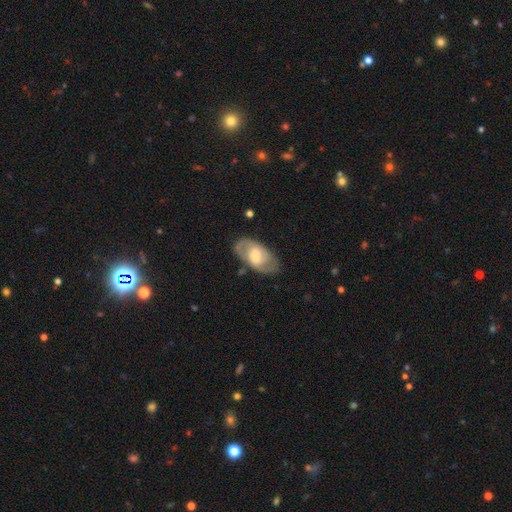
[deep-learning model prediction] This is likely a featured or disk galaxy (61%). It is clearly not viewed edge-on (93%). Bar: marginally weak (44%). Spiral arm pattern: likely yes (66%). Central bulge: possibly moderate (49%). Merging: likely none (74%).